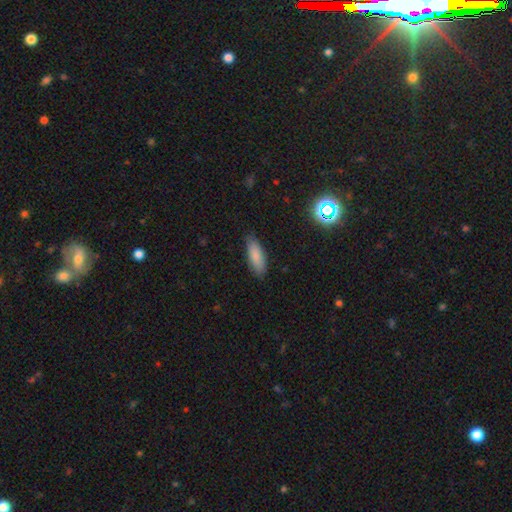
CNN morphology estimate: type=smooth (86%); roundness=in between (66%); merging=none (84%).